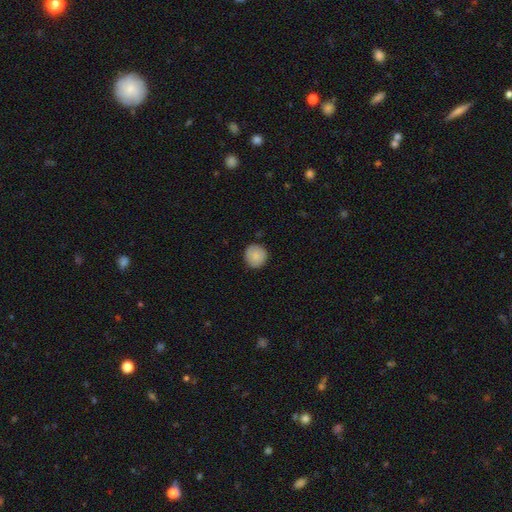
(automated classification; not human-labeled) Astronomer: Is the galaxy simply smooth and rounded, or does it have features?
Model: smooth — 87%.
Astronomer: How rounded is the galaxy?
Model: round — 94%.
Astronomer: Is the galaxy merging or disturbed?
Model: none — 90%.